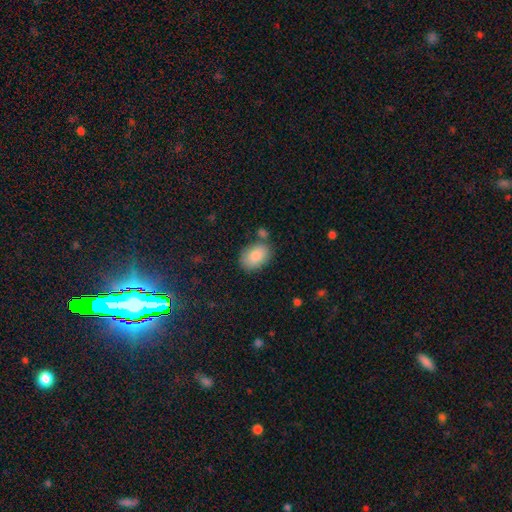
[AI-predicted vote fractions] smooth 87%, featured or disk 7%, star or artifact 6%. Down the decision tree: how rounded — in between (85%); merging — none (73%).